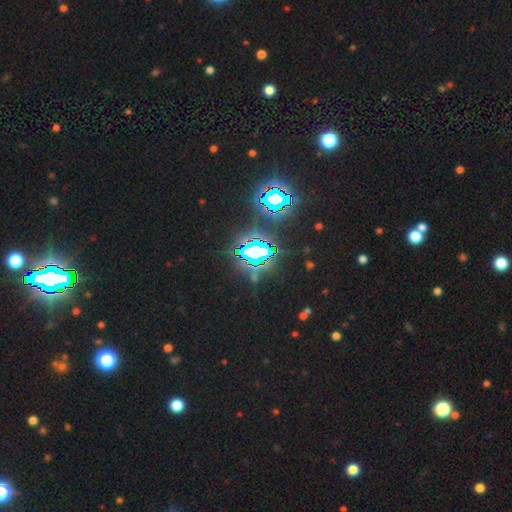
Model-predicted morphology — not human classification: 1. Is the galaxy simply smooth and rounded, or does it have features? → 81% star or artifact, 11% smooth, 8% featured or disk.